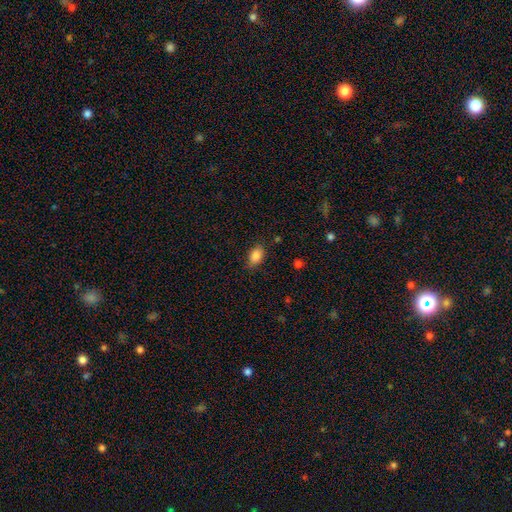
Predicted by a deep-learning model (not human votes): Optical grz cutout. It shows a smooth galaxy with no disk features (86%) that is in between round and cigar-shaped (86%). Merging: none (79%).